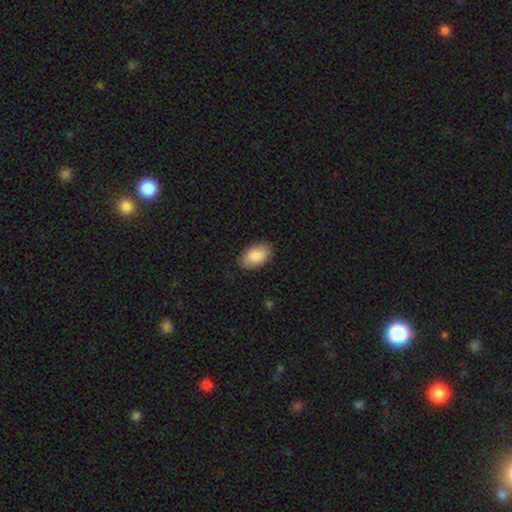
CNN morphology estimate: Smooth or featured?
  - smooth: 87% *
  - featured or disk: 7%
  - star or artifact: 6%
How rounded?
  - in between: 94% *
  - round: 5%
  - cigar-shaped: 1%
Merging?
  - none: 85% *
  - minor disturbance: 12%
  - major disturbance: 3%
  - merger: 1%